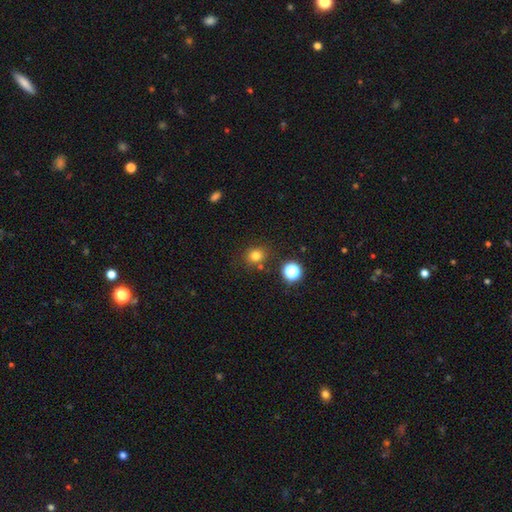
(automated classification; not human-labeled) Smooth or featured: smooth — 77% (star or artifact — 17%)
How rounded: round — 76% (in between — 23%)
Merging: none — 79% (minor disturbance — 11%)